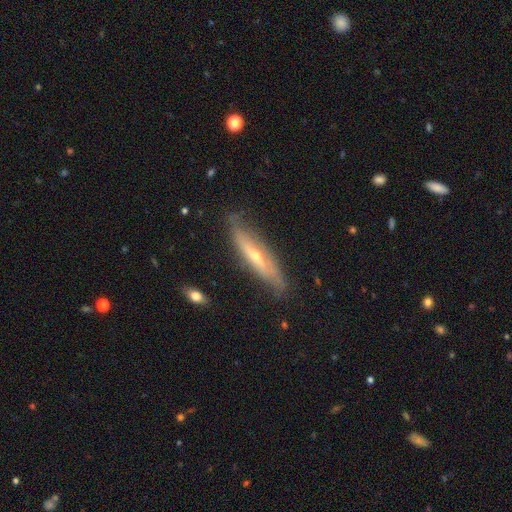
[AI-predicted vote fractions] The model was most divided on "smooth or featured": featured or disk: 66%, smooth: 27%, star or artifact: 7%. More confident: merging — none (76%); edge-on disk — yes (70%).